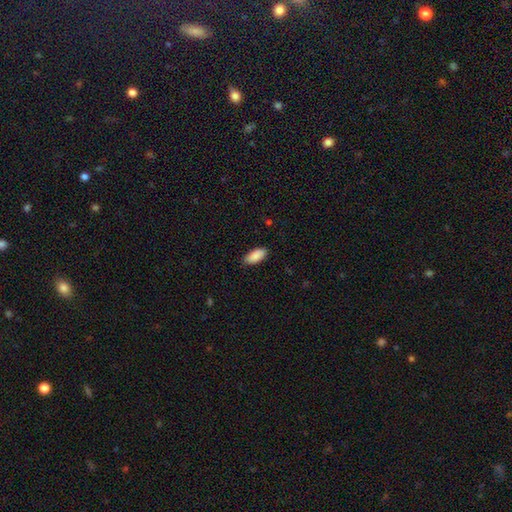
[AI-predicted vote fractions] Smooth or featured? Predicted: smooth (p=0.90). How rounded? Predicted: in between (p=0.89). Merging? Predicted: none (p=0.87).